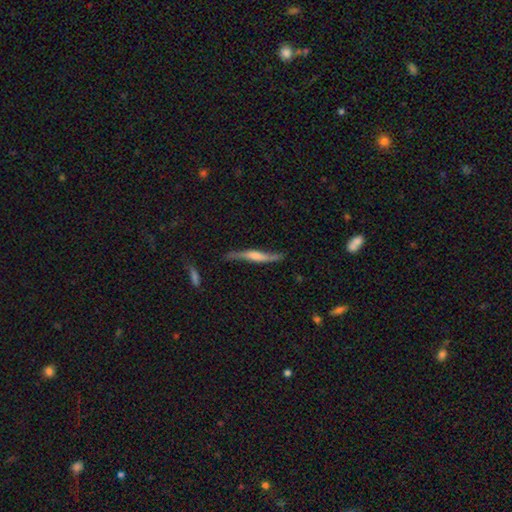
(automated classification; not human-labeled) featured or disk 78%, smooth 16%, star or artifact 6%. Down the decision tree: edge-on disk — yes (83%); edge-on bulge — rounded (66%); merging — none (73%).